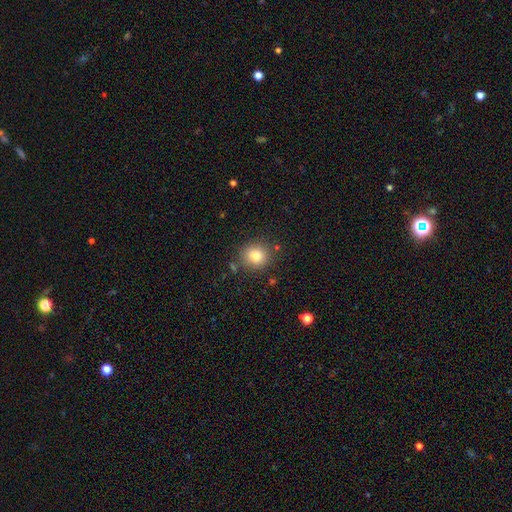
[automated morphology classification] smooth 79%, star or artifact 12%, featured or disk 9%. Down the decision tree: how rounded — round (87%); merging — none (84%).